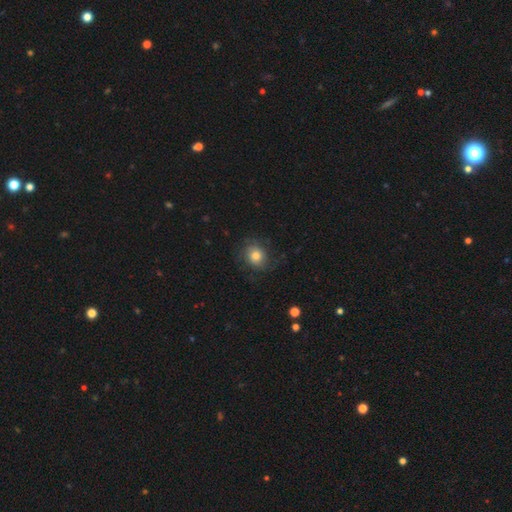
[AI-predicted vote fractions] A smooth galaxy with no disk features (59%) that is round (77%).

Vote fractions:
- Smooth or featured? smooth: 59% / featured or disk: 31% / star or artifact: 10%
- How rounded? round: 77% / in between: 22% / cigar-shaped: 1%
- Merging? none: 72% / minor disturbance: 17% / major disturbance: 9% / merger: 1%